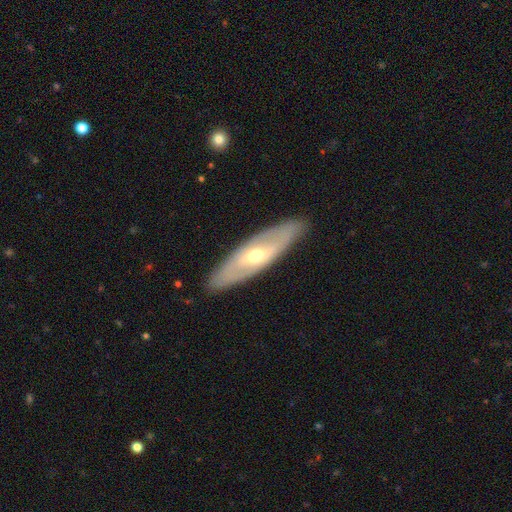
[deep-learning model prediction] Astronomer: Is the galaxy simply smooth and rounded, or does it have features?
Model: featured or disk — 63%.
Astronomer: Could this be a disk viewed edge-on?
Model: no — 69%.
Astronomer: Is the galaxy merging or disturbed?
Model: none — 87%.